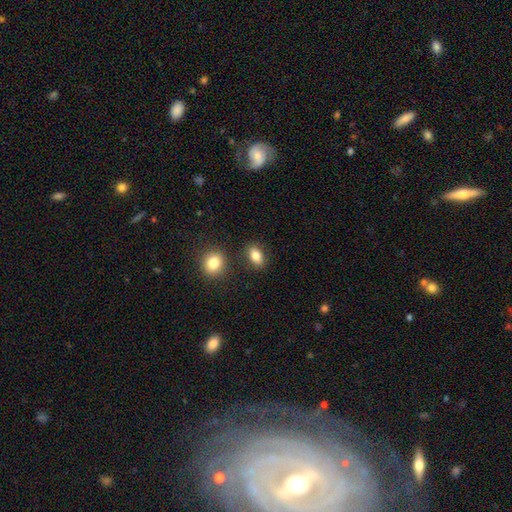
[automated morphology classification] Smooth or featured?
  - smooth: 83% *
  - star or artifact: 9%
  - featured or disk: 8%
How rounded?
  - in between: 83% *
  - round: 14%
  - cigar-shaped: 3%
Merging?
  - none: 81% *
  - minor disturbance: 10%
  - merger: 6%
  - major disturbance: 3%